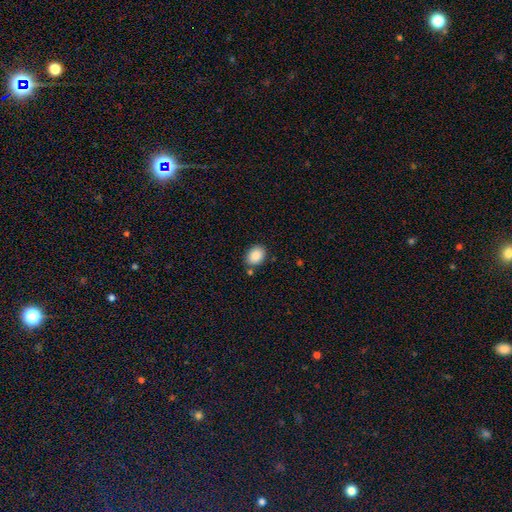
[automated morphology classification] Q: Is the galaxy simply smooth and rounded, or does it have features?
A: smooth — 87%.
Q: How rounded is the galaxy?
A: in between — 72%.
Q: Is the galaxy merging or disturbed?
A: none — 79%.